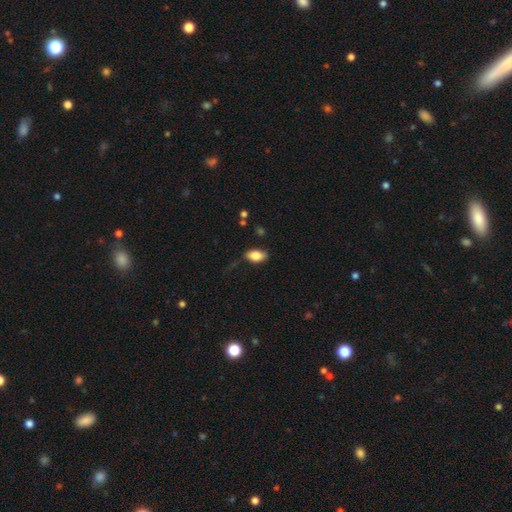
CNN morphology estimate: Smooth or featured? Predicted: smooth (p=0.82). How rounded? Predicted: in between (p=0.91). Merging? Predicted: none (p=0.75).